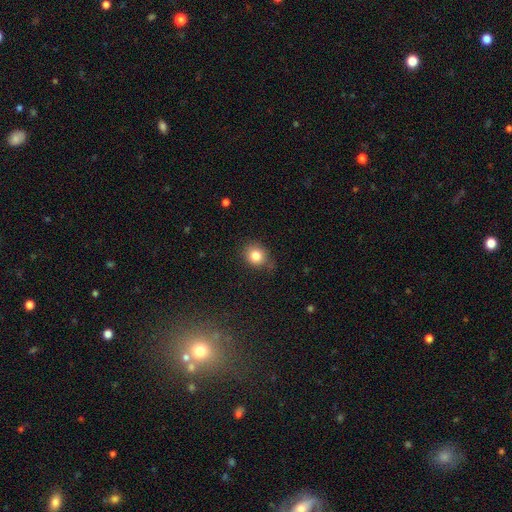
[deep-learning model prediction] This is clearly a smooth galaxy (82%). How rounded: likely round (74%). Merging: likely none (77%).